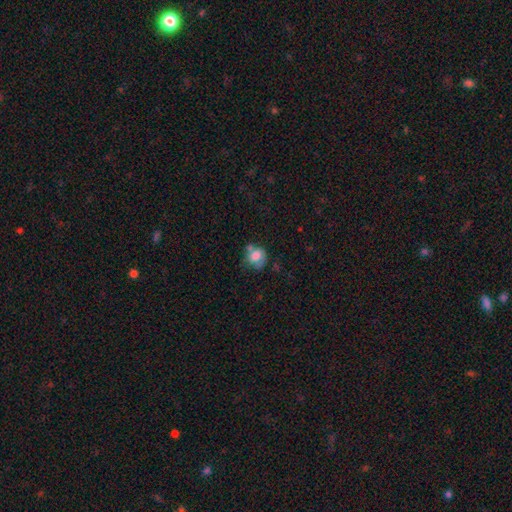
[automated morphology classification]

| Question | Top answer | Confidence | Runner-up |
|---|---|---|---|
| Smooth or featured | smooth | 74% | featured or disk (17%) |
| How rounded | round | 71% | in between (28%) |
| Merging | none | 43% | minor disturbance (26%) |